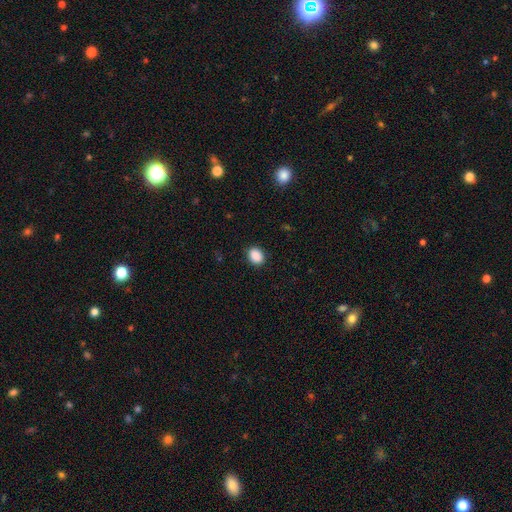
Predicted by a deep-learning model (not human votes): Overall: smooth (89%). How rounded: in between (56%; round 43%). Merging: none (88%).